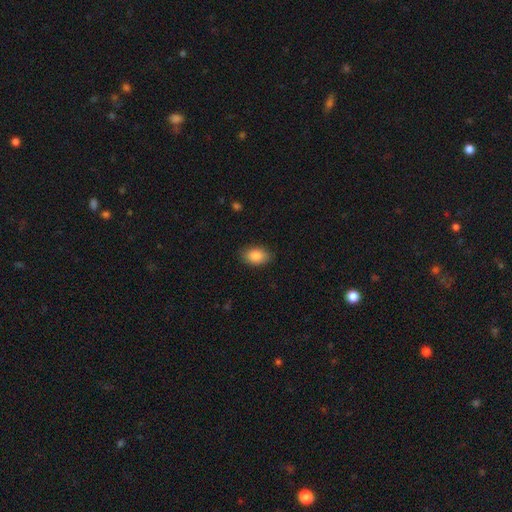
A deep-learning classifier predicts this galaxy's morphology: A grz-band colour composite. It shows a smooth galaxy with no disk features (86%) that is in between round and cigar-shaped (88%). Merging: none (87%).